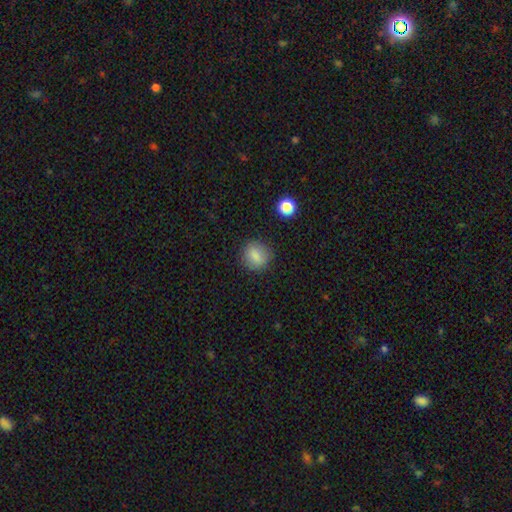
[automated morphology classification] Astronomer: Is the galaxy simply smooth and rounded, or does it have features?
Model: smooth — 83%.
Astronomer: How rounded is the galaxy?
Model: round — 71%.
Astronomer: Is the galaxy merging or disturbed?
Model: none — 83%.